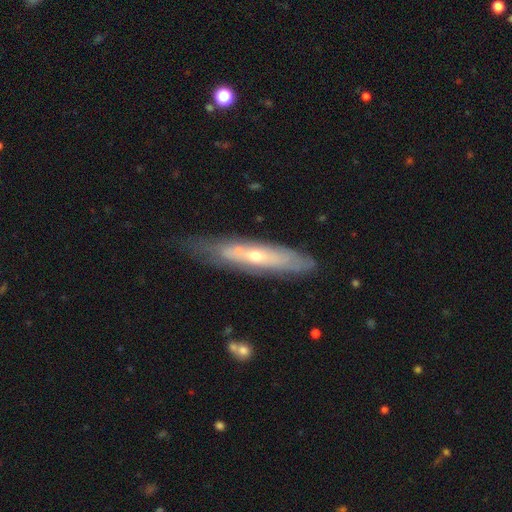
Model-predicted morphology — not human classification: smooth_or_featured: featured or disk (p=0.64) [alt: smooth p=0.29]
disk_edge_on: no (p=0.52) [alt: yes p=0.48]
merging: none (p=0.65) [alt: minor disturbance p=0.21]